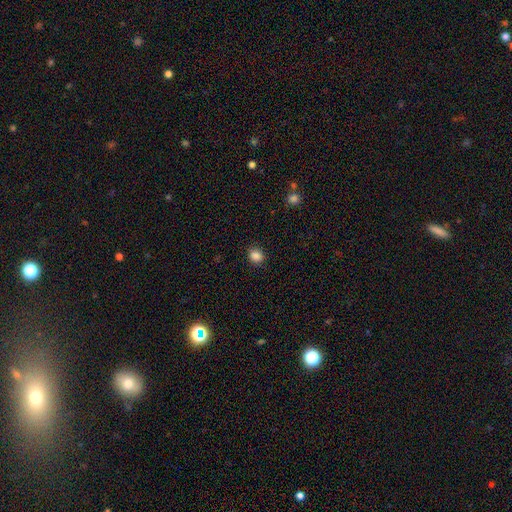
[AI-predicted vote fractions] Q: Smooth or featured?
A: smooth (86%); runner-up: star or artifact (11%)
Q: How rounded?
A: round (65%); runner-up: in between (34%)
Q: Merging?
A: none (89%); runner-up: minor disturbance (7%)